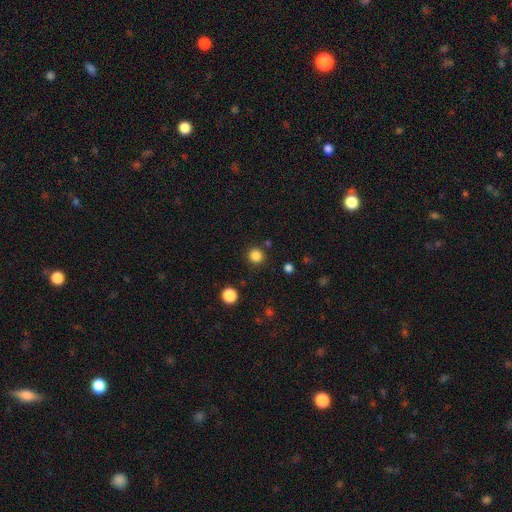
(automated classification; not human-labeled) A smooth galaxy with no disk features (84%) that is round (94%). Merging: none (89%).